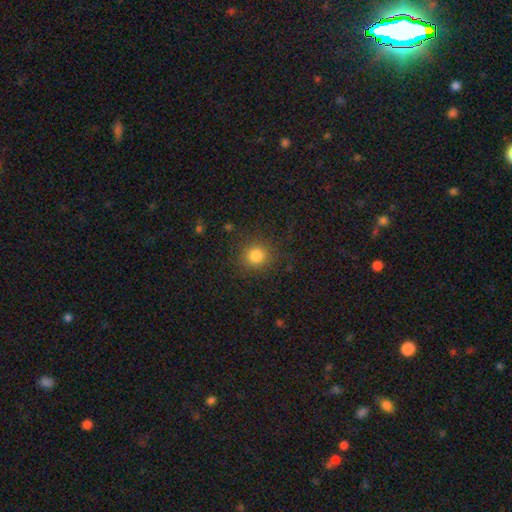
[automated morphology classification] smooth_or_featured: smooth (p=0.82) [alt: star or artifact p=0.13]
how_rounded: round (p=0.89) [alt: in between p=0.10]
merging: none (p=0.87) [alt: minor disturbance p=0.08]